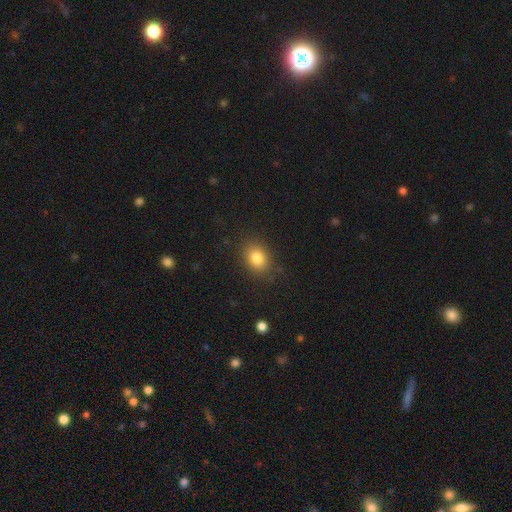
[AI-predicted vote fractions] smooth-or-featured: smooth: 83% | star or artifact: 11% | featured or disk: 6%
  how-rounded: in between: 55% | round: 44% | cigar-shaped: 1%
  merging: none: 86% | minor disturbance: 10% | major disturbance: 3% | merger: 1%